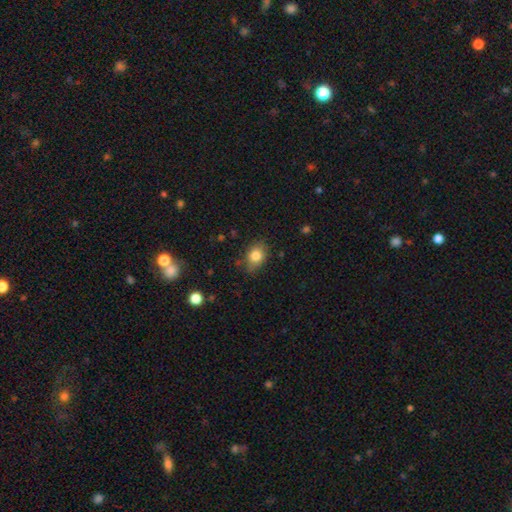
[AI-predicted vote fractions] smooth 82%, star or artifact 9%, featured or disk 9%. Down the decision tree: how rounded — in between (67%); merging — none (77%).